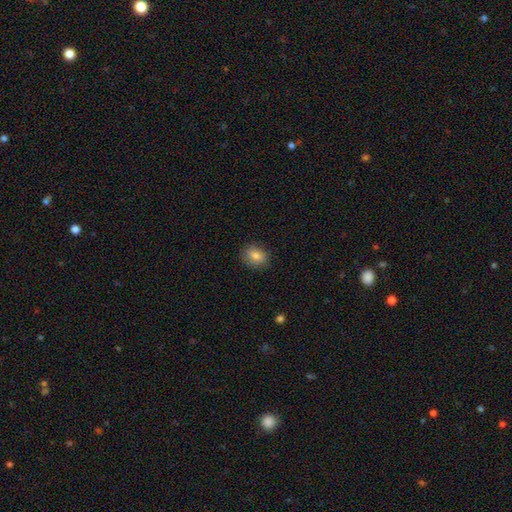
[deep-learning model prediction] A smooth galaxy with no disk features (81%) that is round (55%).

Vote fractions:
- Smooth or featured? smooth: 81% / featured or disk: 10% / star or artifact: 9%
- How rounded? round: 55% / in between: 44% / cigar-shaped: 1%
- Merging? none: 86% / minor disturbance: 10% / major disturbance: 2% / merger: 1%